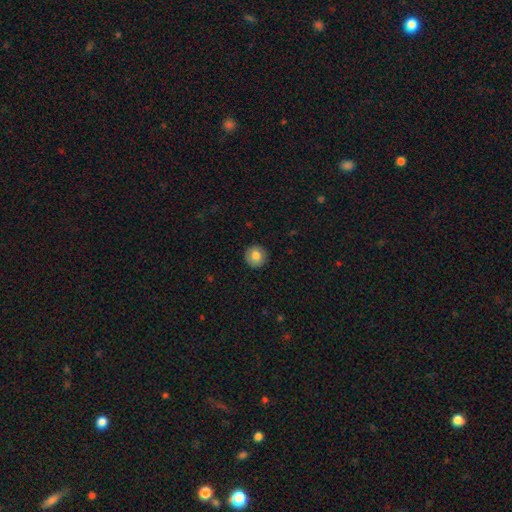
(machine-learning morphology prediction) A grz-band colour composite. It shows a smooth galaxy with no disk features (80%) that is round (94%). Merging: none (91%).